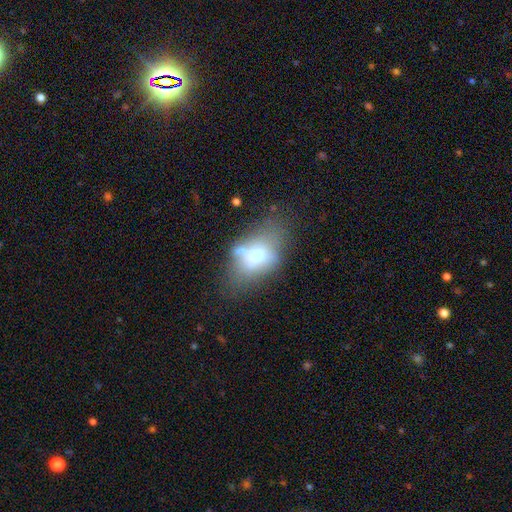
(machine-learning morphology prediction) The model was most divided on "merging": none: 41%, minor disturbance: 26%, major disturbance: 23%, merger: 10%. More confident: how rounded — in between (76%); smooth or featured — smooth (53%).